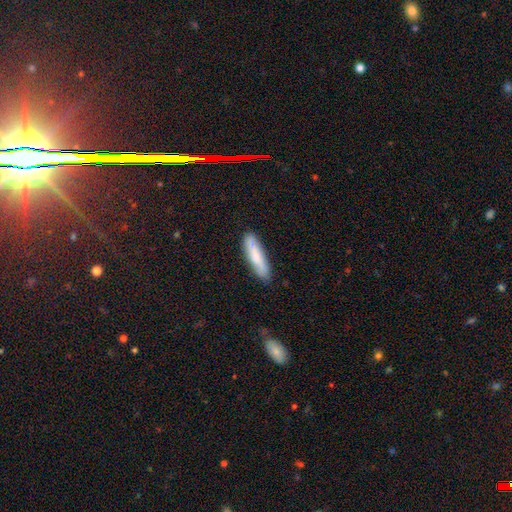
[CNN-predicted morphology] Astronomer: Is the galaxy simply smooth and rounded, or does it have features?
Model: smooth — 76%.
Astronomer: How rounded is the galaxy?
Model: cigar-shaped — 80%.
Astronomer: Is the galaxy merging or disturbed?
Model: none — 85%.